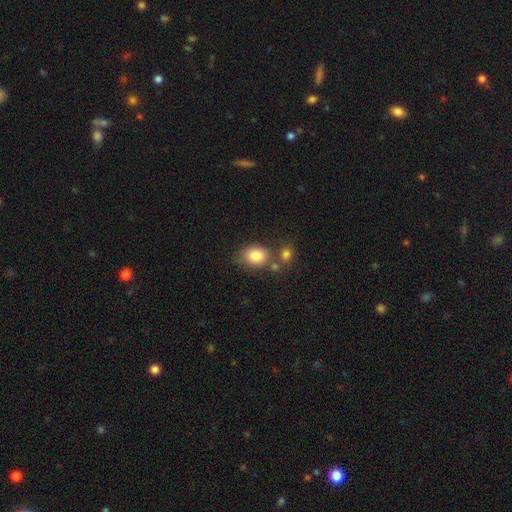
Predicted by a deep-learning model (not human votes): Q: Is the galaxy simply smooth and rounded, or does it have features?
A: smooth — 83%.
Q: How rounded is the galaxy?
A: in between — 61%.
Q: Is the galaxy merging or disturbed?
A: none — 57%.